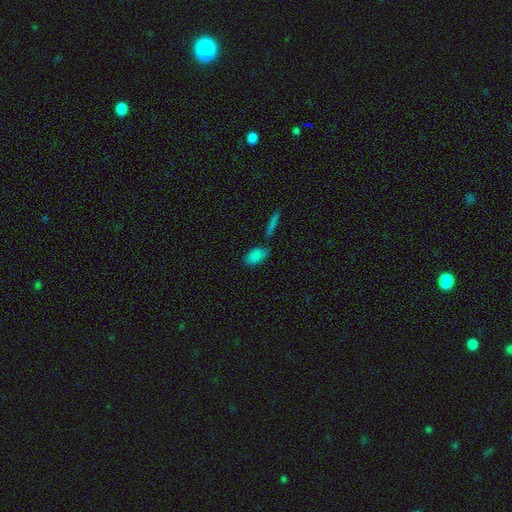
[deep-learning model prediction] A smooth galaxy with no disk features (84%) that is in between round and cigar-shaped (89%). Merging: none (63%).